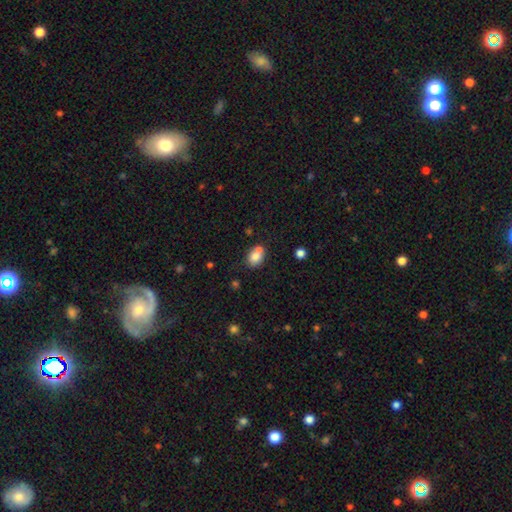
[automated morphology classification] Smooth or featured: smooth — 78% (featured or disk — 12%)
How rounded: in between — 59% (round — 40%)
Merging: none — 45% (merger — 36%)